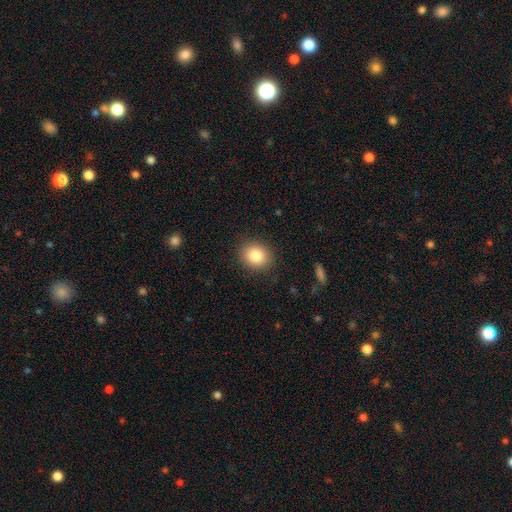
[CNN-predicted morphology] This is clearly a smooth galaxy (85%). How rounded: likely round (70%). Merging: clearly none (88%).